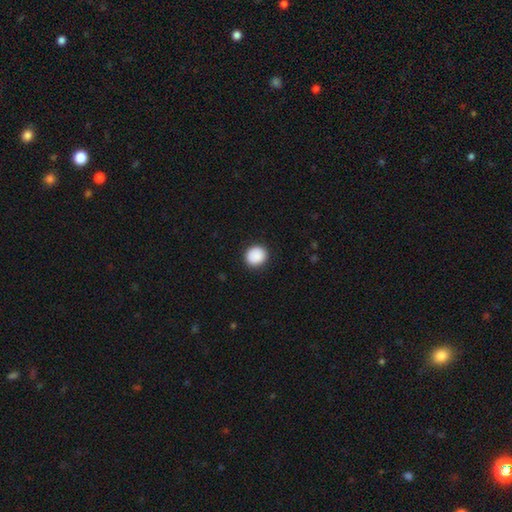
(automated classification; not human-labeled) A smooth galaxy with no disk features (90%) that is round (86%). Merging: none (91%).